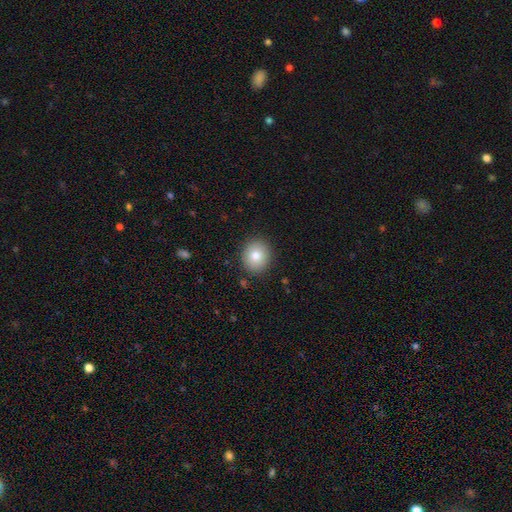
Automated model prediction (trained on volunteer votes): smooth-or-featured: smooth: 80% | featured or disk: 10% | star or artifact: 10%
  how-rounded: round: 81% | in between: 18% | cigar-shaped: 1%
  merging: none: 89% | minor disturbance: 8% | major disturbance: 2% | merger: 1%